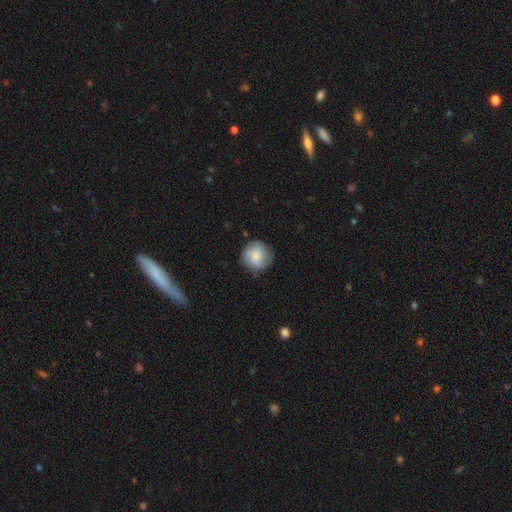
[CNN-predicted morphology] Overall: smooth (72%). How rounded: round (92%). Merging: none (77%).